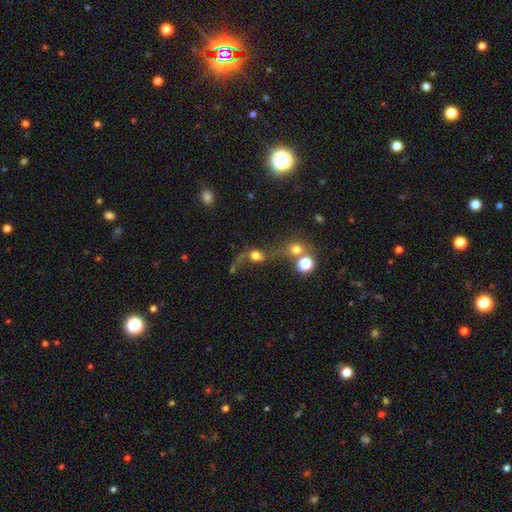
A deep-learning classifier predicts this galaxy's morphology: Smooth or featured? smooth (50%)
How rounded? round (64%)
Merging? merger (38%)